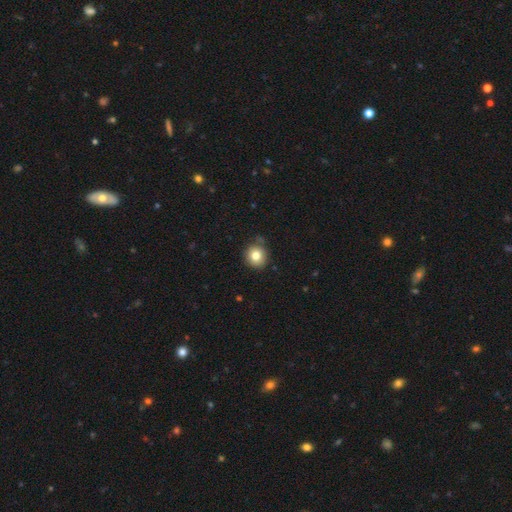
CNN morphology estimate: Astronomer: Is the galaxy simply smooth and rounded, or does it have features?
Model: smooth — 81%.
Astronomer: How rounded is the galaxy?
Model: round — 90%.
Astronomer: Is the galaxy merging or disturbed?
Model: none — 83%.